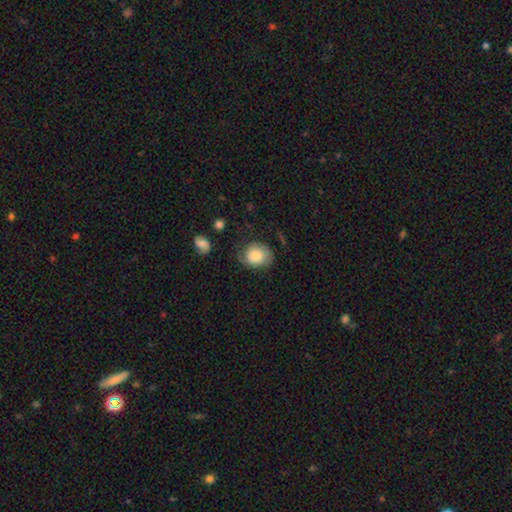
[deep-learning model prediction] Smooth or featured: smooth — 72% (featured or disk — 19%)
How rounded: round — 62% (in between — 37%)
Merging: none — 61% (minor disturbance — 26%)